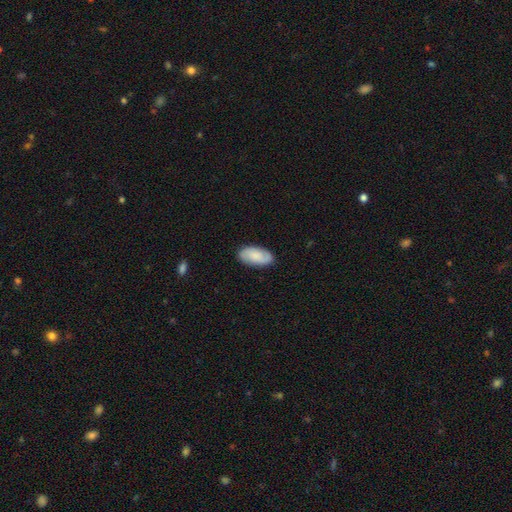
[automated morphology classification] Smooth or featured? Predicted: smooth (p=0.69). How rounded? Predicted: in between (p=0.94). Merging? Predicted: none (p=0.86).